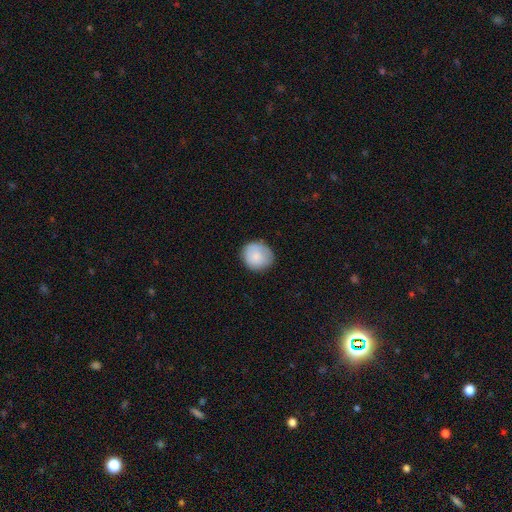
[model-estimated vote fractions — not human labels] This appears to be a smooth galaxy with no disk features (82%) that is round (85%). Merging: none (80%).